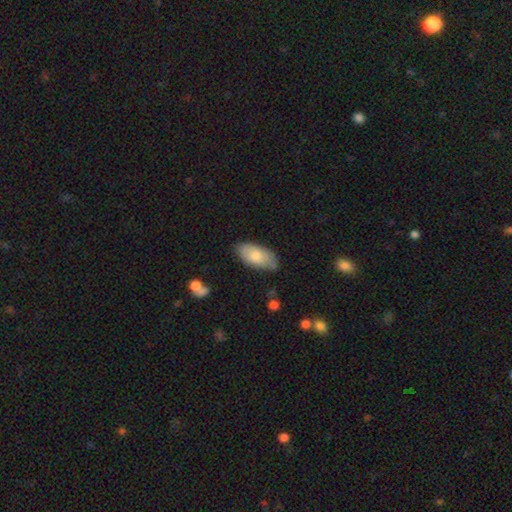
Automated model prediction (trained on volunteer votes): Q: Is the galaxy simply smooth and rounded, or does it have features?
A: smooth — 78%.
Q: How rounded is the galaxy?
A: in between — 93%.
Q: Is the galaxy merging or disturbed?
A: none — 75%.